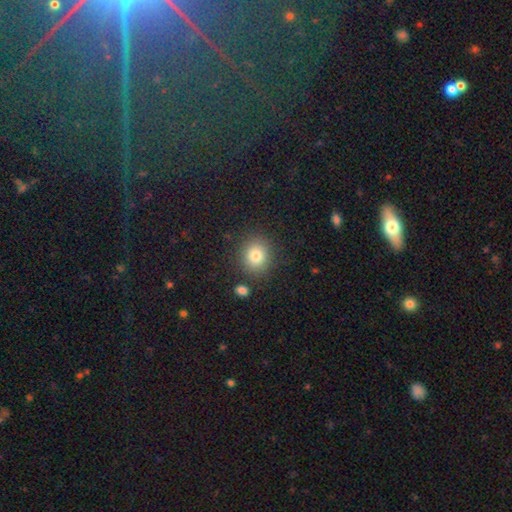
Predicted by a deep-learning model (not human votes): Smooth or featured? Predicted: smooth (p=0.81). How rounded? Predicted: round (p=0.76). Merging? Predicted: none (p=0.84).